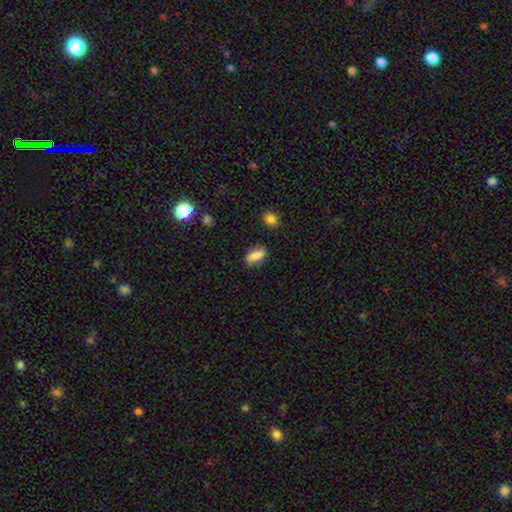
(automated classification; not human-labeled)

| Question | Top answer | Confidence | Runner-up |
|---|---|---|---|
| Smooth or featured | smooth | 83% | star or artifact (8%) |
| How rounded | in between | 80% | cigar-shaped (14%) |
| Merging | none | 77% | minor disturbance (17%) |